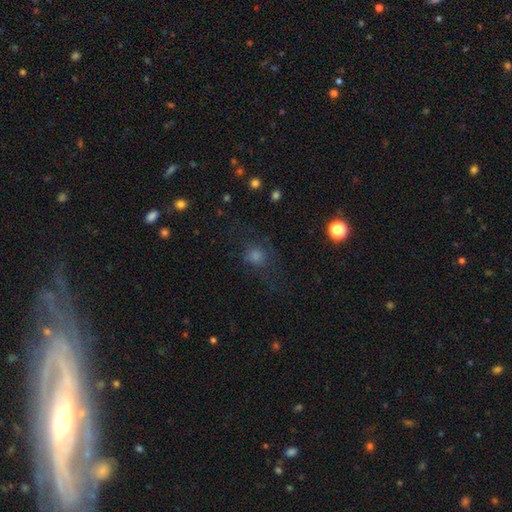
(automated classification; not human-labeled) smooth_or_featured: smooth (p=0.58) [alt: star or artifact p=0.24]
how_rounded: round (p=0.79) [alt: in between p=0.20]
merging: none (p=0.62) [alt: major disturbance p=0.19]